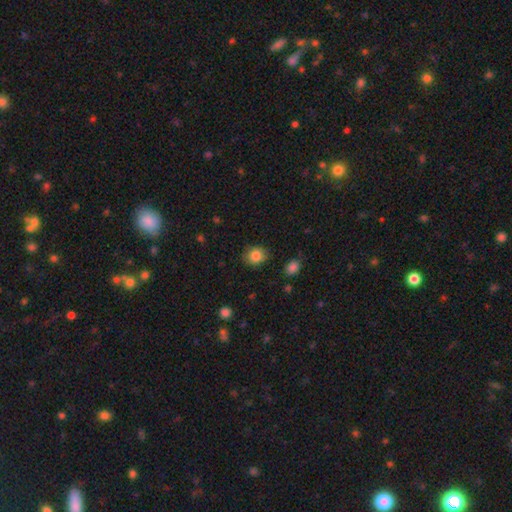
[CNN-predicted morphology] Smooth or featured: smooth — 85% (star or artifact — 10%)
How rounded: round — 69% (in between — 30%)
Merging: none — 83% (minor disturbance — 13%)